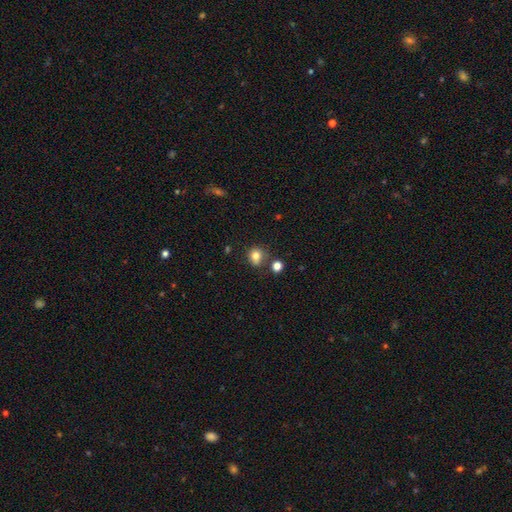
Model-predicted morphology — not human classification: smooth 79%, star or artifact 13%, featured or disk 8%. Down the decision tree: how rounded — round (78%); merging — none (68%).